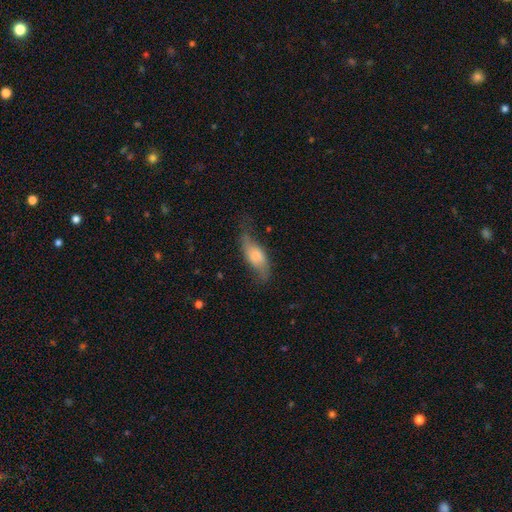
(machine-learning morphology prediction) Q: Smooth or featured?
A: smooth (61%); runner-up: featured or disk (32%)
Q: How rounded?
A: in between (74%); runner-up: cigar-shaped (23%)
Q: Merging?
A: none (52%); runner-up: minor disturbance (30%)